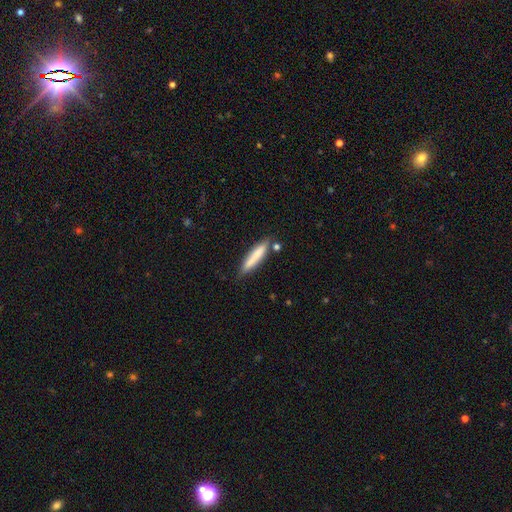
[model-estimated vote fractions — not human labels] smooth 75%, featured or disk 19%, star or artifact 6%. Down the decision tree: how rounded — cigar-shaped (88%); merging — none (75%).